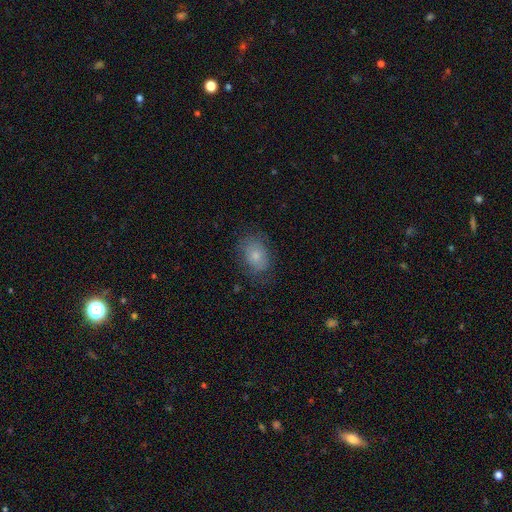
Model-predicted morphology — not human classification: smooth_or_featured: smooth (p=0.76) [alt: featured or disk p=0.15]
how_rounded: in between (p=0.73) [alt: round p=0.26]
merging: none (p=0.72) [alt: minor disturbance p=0.19]